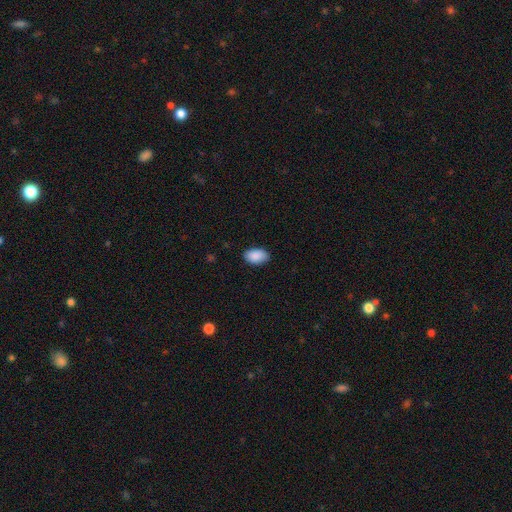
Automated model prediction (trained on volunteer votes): Morphology: type=smooth (90%); roundness=in between (90%); merging=none (84%).